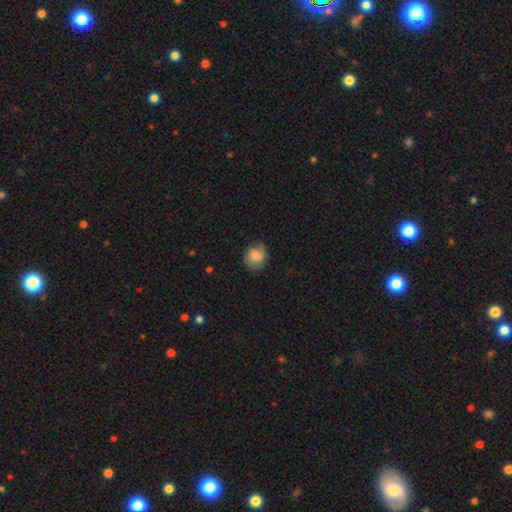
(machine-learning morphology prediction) Smooth or featured: smooth — 78% (featured or disk — 14%)
How rounded: round — 75% (in between — 24%)
Merging: none — 75% (minor disturbance — 20%)